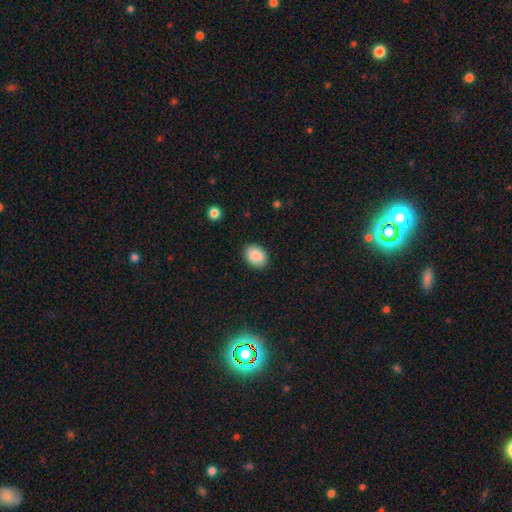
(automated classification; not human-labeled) Smooth or featured? smooth (88%)
How rounded? in between (74%)
Merging? none (88%)